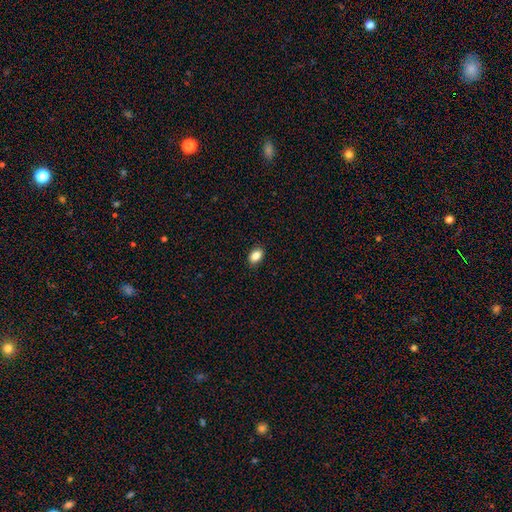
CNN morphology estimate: Overall: smooth (86%). How rounded: in between (83%). Merging: none (89%).